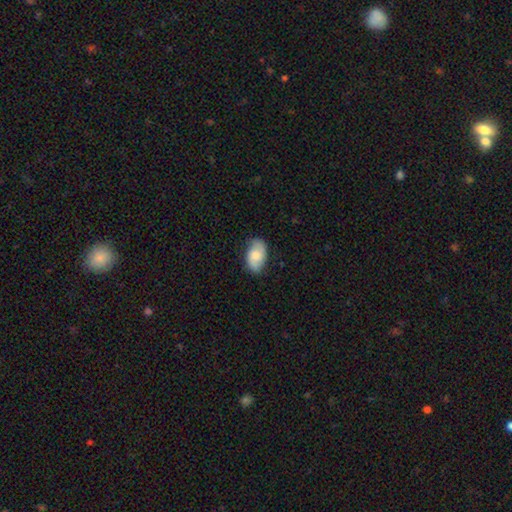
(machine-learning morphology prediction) A smooth galaxy with no disk features (66%) that is in between round and cigar-shaped (92%). Merging: none (77%).